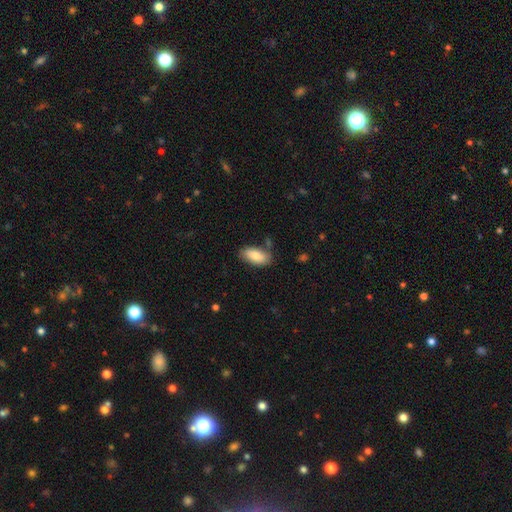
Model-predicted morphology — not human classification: Smooth or featured: smooth — 82% (featured or disk — 11%)
How rounded: in between — 92% (cigar-shaped — 5%)
Merging: none — 74% (minor disturbance — 17%)